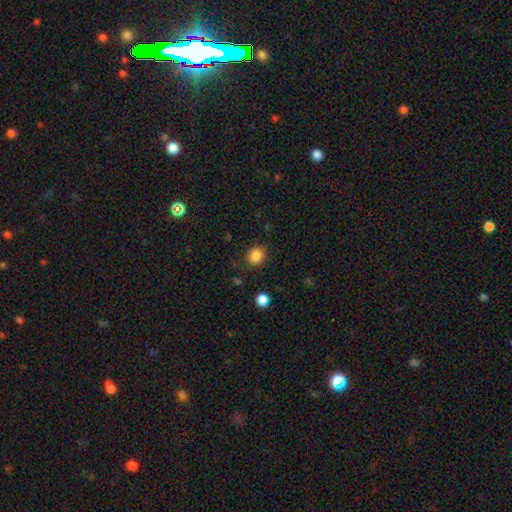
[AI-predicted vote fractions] Q: Smooth or featured?
A: smooth (85%); runner-up: star or artifact (11%)
Q: How rounded?
A: round (75%); runner-up: in between (24%)
Q: Merging?
A: none (86%); runner-up: minor disturbance (9%)